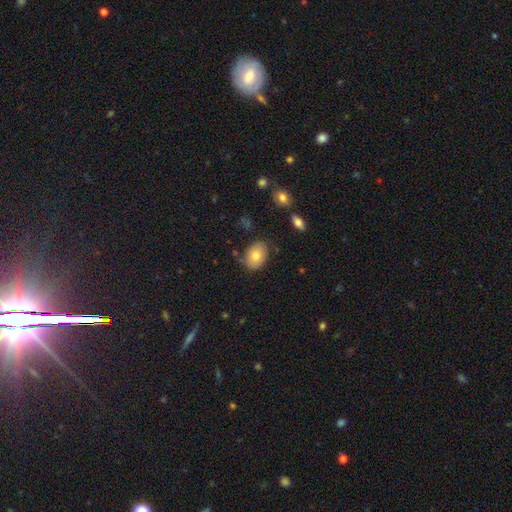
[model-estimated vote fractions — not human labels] Smooth or featured? Predicted: smooth (p=0.76). How rounded? Predicted: in between (p=0.75). Merging? Predicted: none (p=0.72).